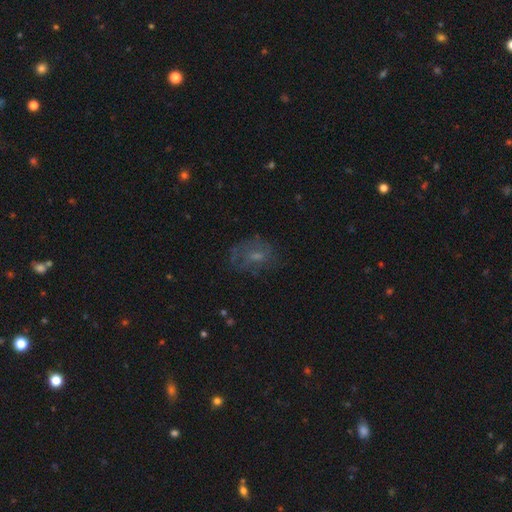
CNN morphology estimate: This is possibly a featured or disk galaxy (46%). Merging: possibly none (54%).